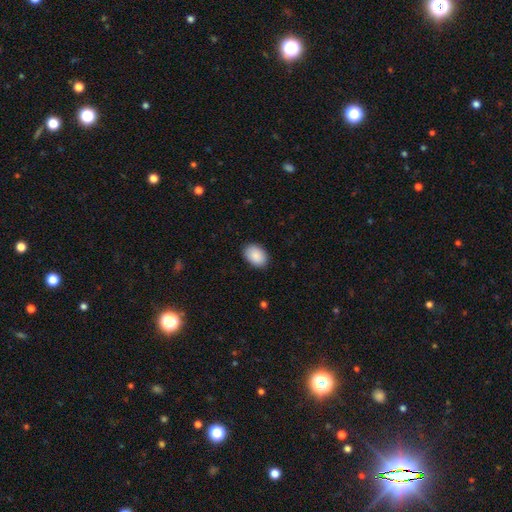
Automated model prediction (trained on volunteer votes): smooth 90%, star or artifact 6%, featured or disk 4%. Down the decision tree: how rounded — in between (87%); merging — none (88%).